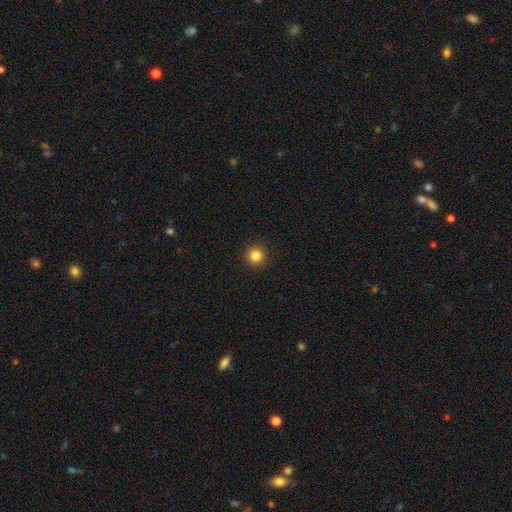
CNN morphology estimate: type=smooth (84%); roundness=round (95%); merging=none (93%).